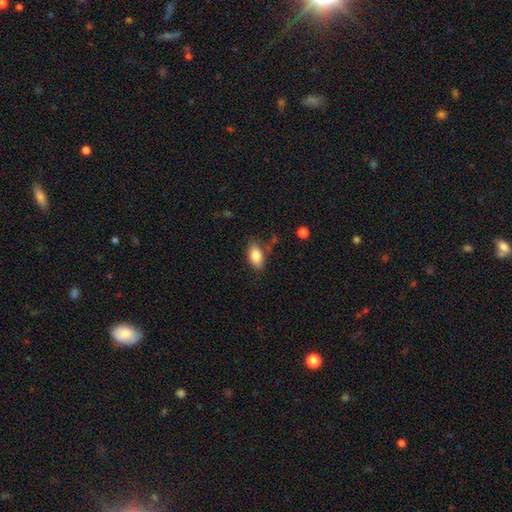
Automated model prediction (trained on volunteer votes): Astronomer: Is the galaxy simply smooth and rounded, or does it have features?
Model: smooth — 84%.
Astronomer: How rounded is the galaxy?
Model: in between — 90%.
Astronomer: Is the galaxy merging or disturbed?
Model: none — 76%.